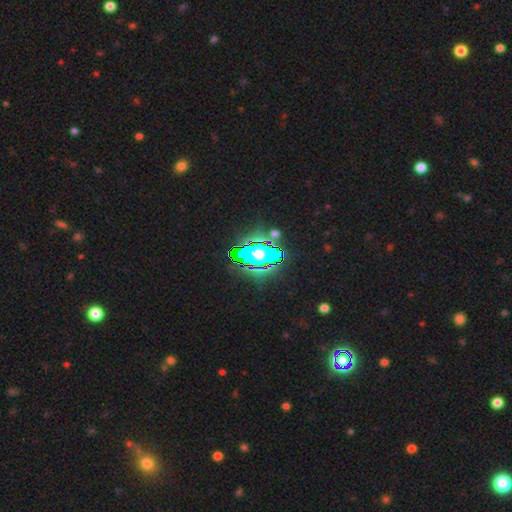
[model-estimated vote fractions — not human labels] The model was most divided on "smooth or featured": star or artifact: 57%, smooth: 24%, featured or disk: 18%.